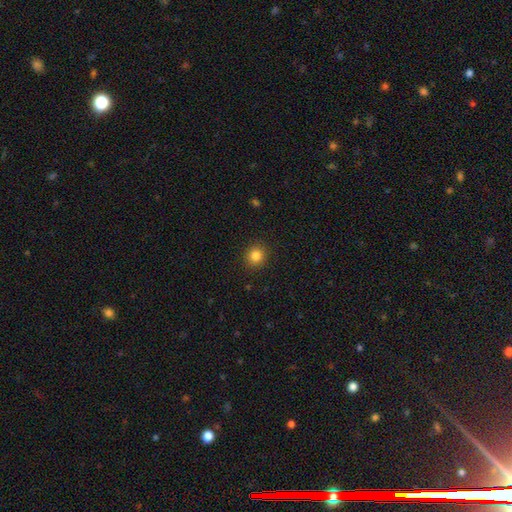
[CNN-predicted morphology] type=smooth (83%); roundness=round (86%); merging=none (91%).